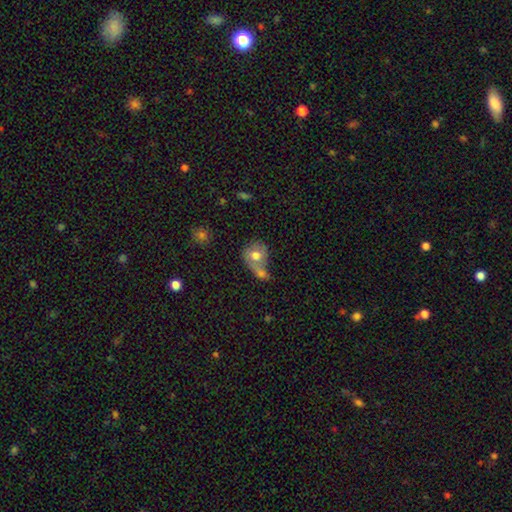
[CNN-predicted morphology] Smooth or featured: smooth — 70% (featured or disk — 23%)
How rounded: round — 71% (in between — 28%)
Merging: merger — 54% (none — 26%)